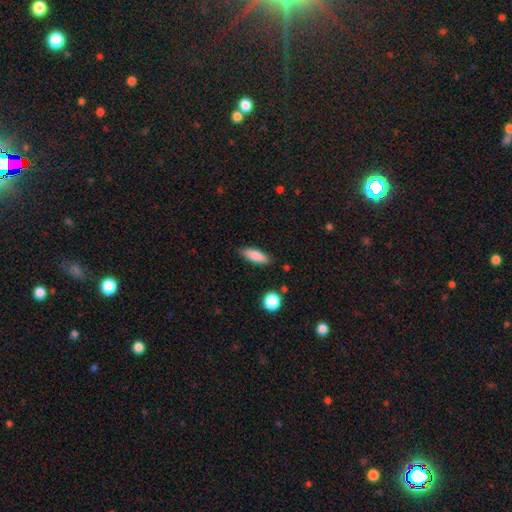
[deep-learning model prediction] smooth_or_featured: smooth (p=0.84) [alt: featured or disk p=0.09]
how_rounded: in between (p=0.66) [alt: cigar-shaped p=0.31]
merging: none (p=0.84) [alt: minor disturbance p=0.12]